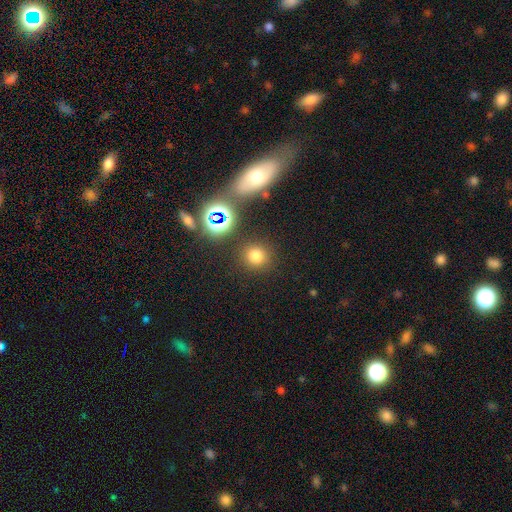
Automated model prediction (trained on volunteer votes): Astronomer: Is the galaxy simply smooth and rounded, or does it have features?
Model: smooth — 72%.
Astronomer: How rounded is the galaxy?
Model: round — 89%.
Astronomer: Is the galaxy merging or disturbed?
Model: none — 86%.